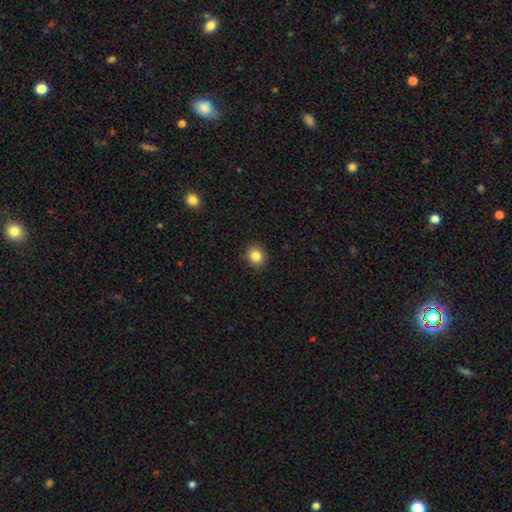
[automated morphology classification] This is clearly a smooth galaxy (85%). How rounded: likely round (78%). Merging: clearly none (90%).